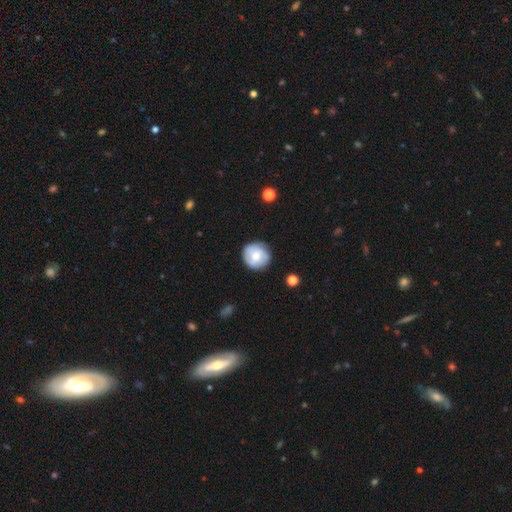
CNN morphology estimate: This appears to be a smooth galaxy with no disk features (55%) that is round (91%). Merging: none (80%).